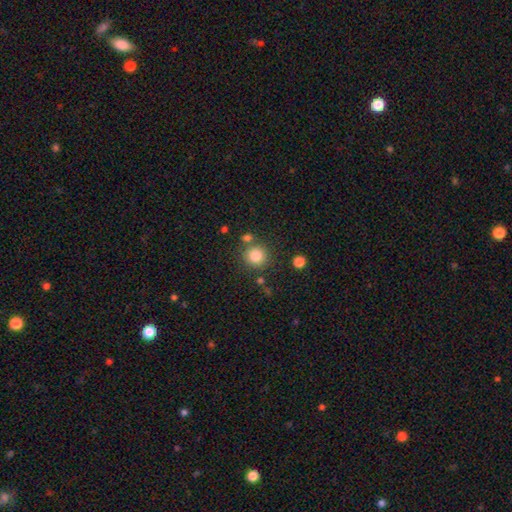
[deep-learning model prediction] Morphology: type=smooth (83%); roundness=round (91%); merging=none (77%).